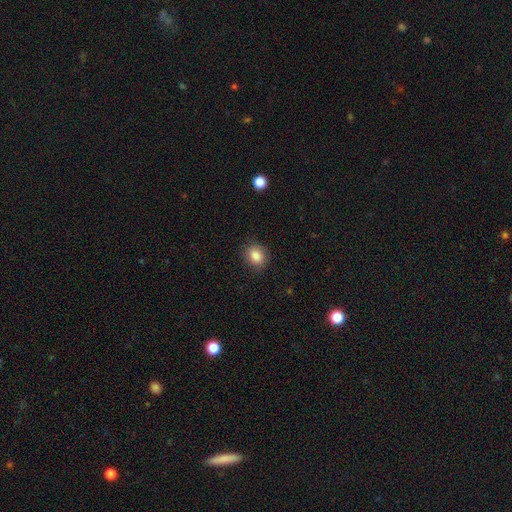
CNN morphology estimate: Q: Smooth or featured?
A: smooth (86%); runner-up: star or artifact (9%)
Q: How rounded?
A: round (56%); runner-up: in between (43%)
Q: Merging?
A: none (83%); runner-up: minor disturbance (12%)